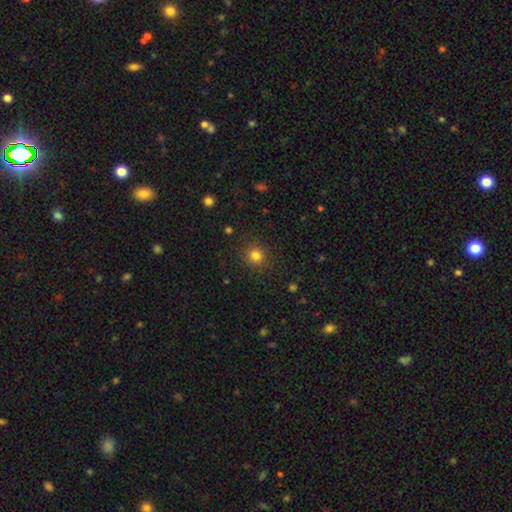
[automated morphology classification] Smooth or featured?
  - smooth: 81% *
  - star or artifact: 14%
  - featured or disk: 5%
How rounded?
  - round: 91% *
  - in between: 8%
  - cigar-shaped: 1%
Merging?
  - none: 89% *
  - minor disturbance: 7%
  - major disturbance: 3%
  - merger: 1%